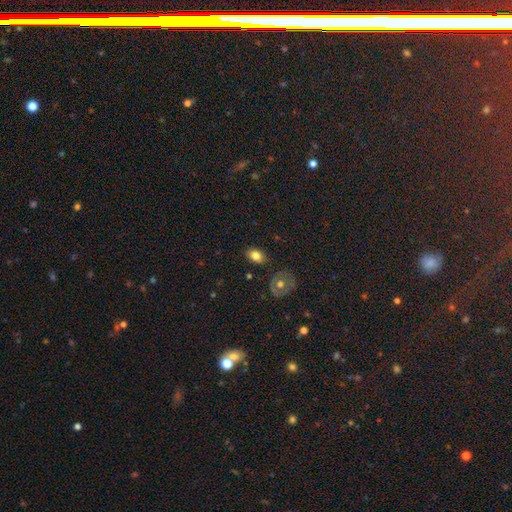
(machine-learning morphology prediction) A smooth galaxy with no disk features (78%) that is in between round and cigar-shaped (80%).

Vote fractions:
- Smooth or featured? smooth: 78% / featured or disk: 13% / star or artifact: 9%
- How rounded? in between: 80% / round: 19% / cigar-shaped: 1%
- Merging? none: 84% / minor disturbance: 11% / merger: 3% / major disturbance: 2%